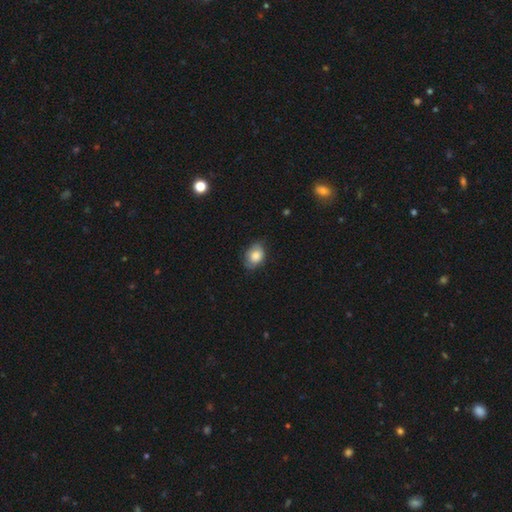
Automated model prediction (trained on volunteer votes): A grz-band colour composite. It shows a smooth galaxy with no disk features (74%) that is in between round and cigar-shaped (73%). Merging: none (66%).